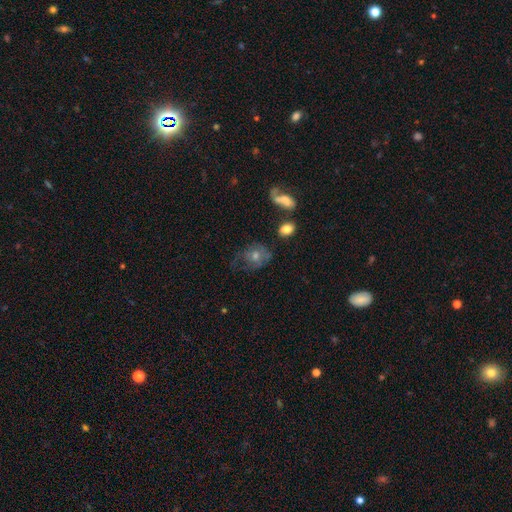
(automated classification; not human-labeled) Smooth or featured: featured or disk — 45% (smooth — 41%)
Merging: none — 47% (minor disturbance — 25%)